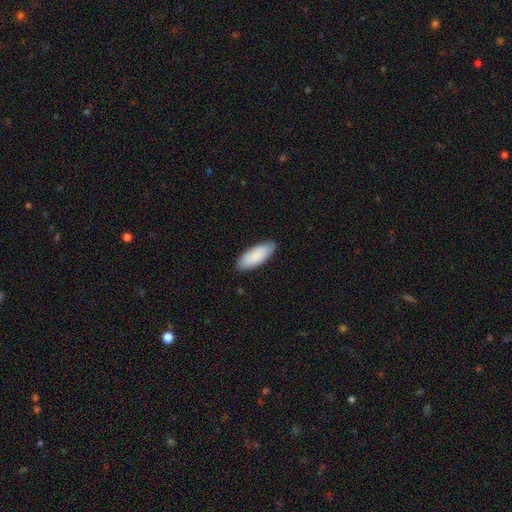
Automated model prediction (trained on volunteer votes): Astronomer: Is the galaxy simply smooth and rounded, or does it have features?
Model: smooth — 88%.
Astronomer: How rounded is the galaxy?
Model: in between — 81%.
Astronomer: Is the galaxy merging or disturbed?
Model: none — 85%.